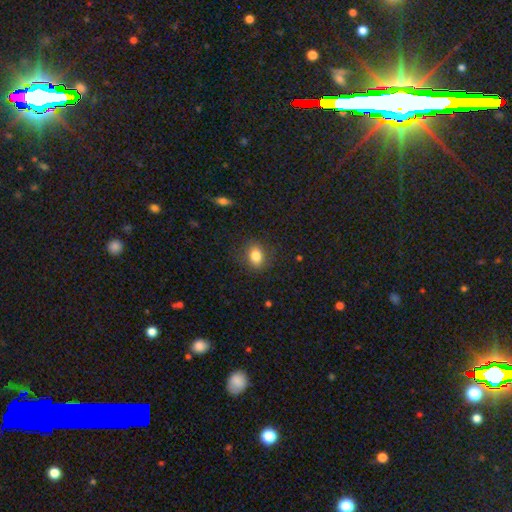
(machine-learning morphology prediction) Smooth or featured?
  - smooth: 83% *
  - star or artifact: 10%
  - featured or disk: 7%
How rounded?
  - in between: 59% *
  - round: 40%
  - cigar-shaped: 1%
Merging?
  - none: 84% *
  - minor disturbance: 12%
  - major disturbance: 4%
  - merger: 1%